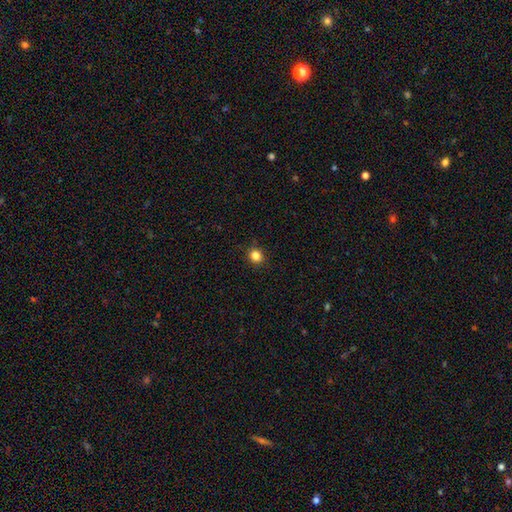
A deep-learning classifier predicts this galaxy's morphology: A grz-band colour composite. It shows a smooth galaxy with no disk features (84%) that is round (84%). Merging: none (91%).